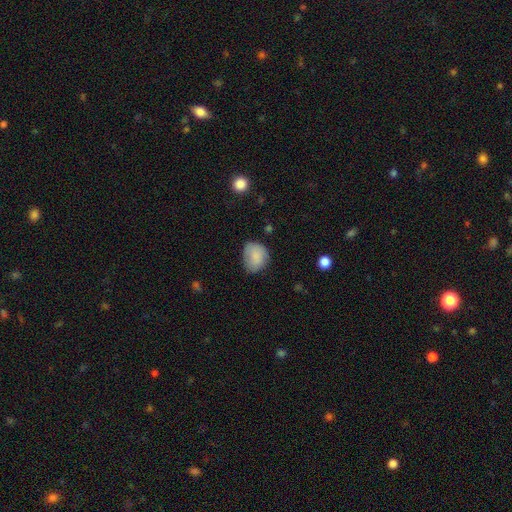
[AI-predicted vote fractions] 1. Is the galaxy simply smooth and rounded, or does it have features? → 82% smooth, 10% featured or disk, 8% star or artifact.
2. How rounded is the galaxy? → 51% round, 48% in between, 1% cigar-shaped.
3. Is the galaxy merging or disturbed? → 61% none, 30% minor disturbance, 8% major disturbance, 2% merger.